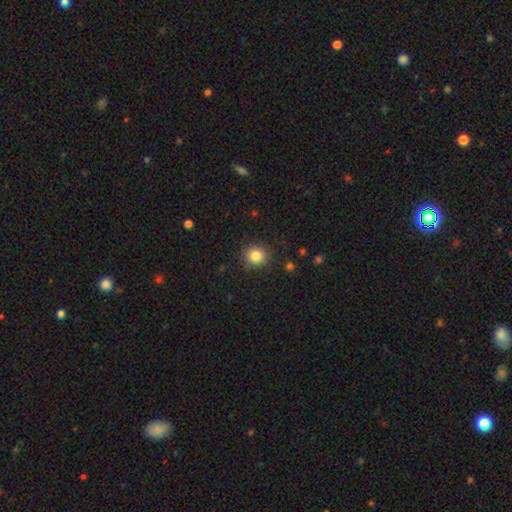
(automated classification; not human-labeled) This is clearly a smooth galaxy (83%). How rounded: clearly round (91%). Merging: clearly none (90%).